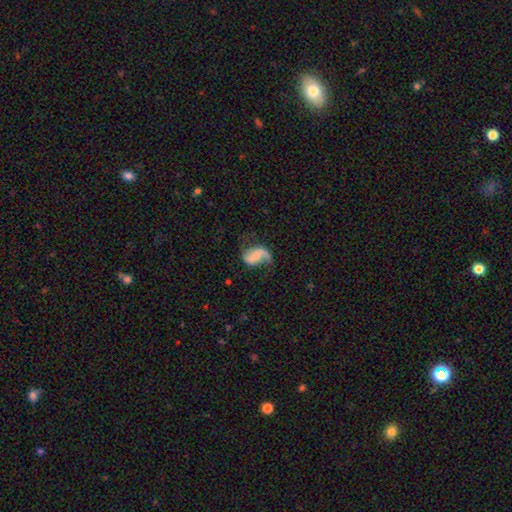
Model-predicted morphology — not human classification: Overall: featured or disk (75%). Edge-on disk: no (98%). Bar: weak (40%; no 37%). Spiral arms: yes (93%). Spiral arm count: 2 (82%). Spiral winding: loose (69%). Bulge size: small (41%; none 30%). Merging: none (57%; minor disturbance 23%).